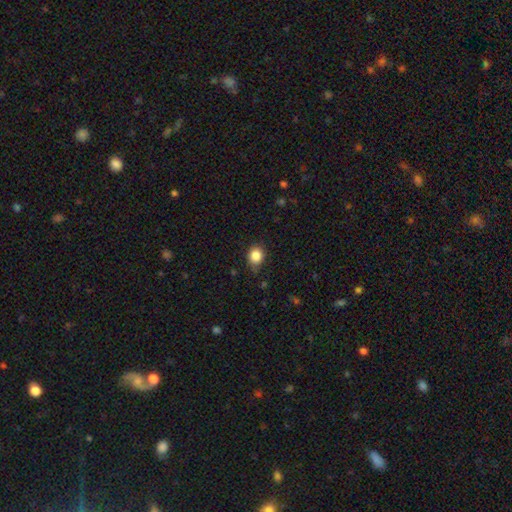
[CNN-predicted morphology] This is clearly a smooth galaxy (85%). How rounded: likely round (68%). Merging: likely none (74%).